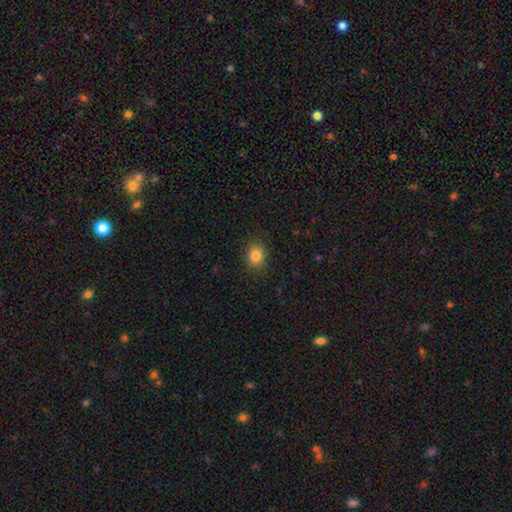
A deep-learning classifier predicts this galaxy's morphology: This is clearly a smooth galaxy (83%). How rounded: possibly round (56%). Merging: clearly none (88%).